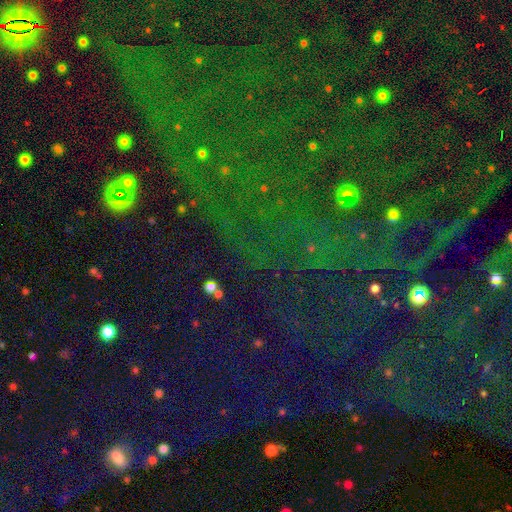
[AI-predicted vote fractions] A star or artifact, not a galaxy (77%).